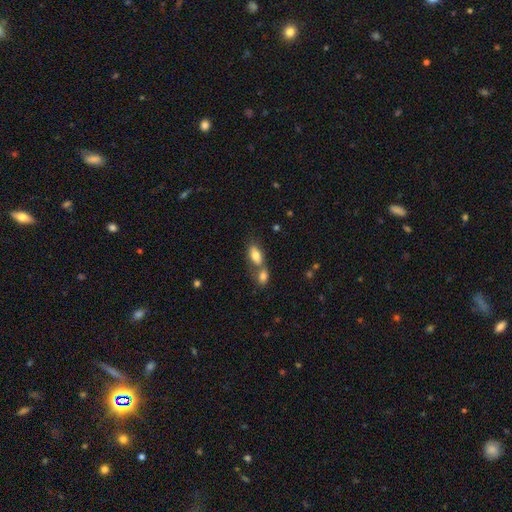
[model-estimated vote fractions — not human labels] smooth 79%, featured or disk 13%, star or artifact 8%. Down the decision tree: how rounded — in between (88%); merging — merger (49%).